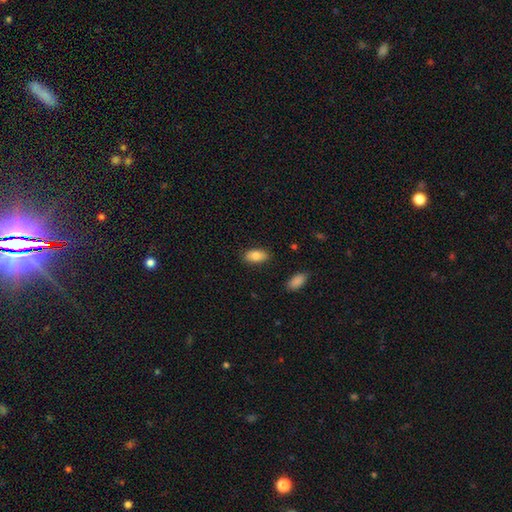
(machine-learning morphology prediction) Overall: smooth (84%). How rounded: in between (92%). Merging: none (85%).